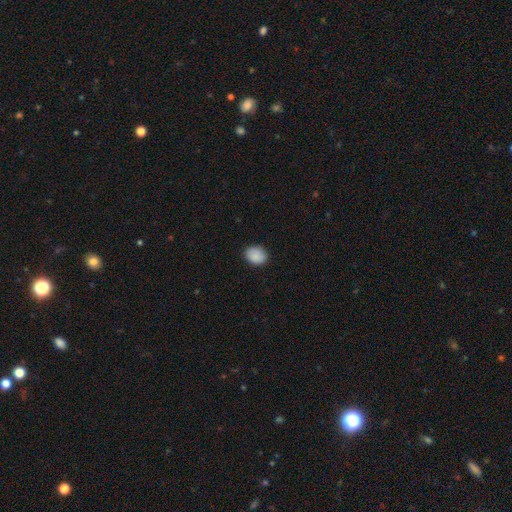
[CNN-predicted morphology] Smooth or featured? smooth (88%)
How rounded? in between (54%)
Merging? none (85%)